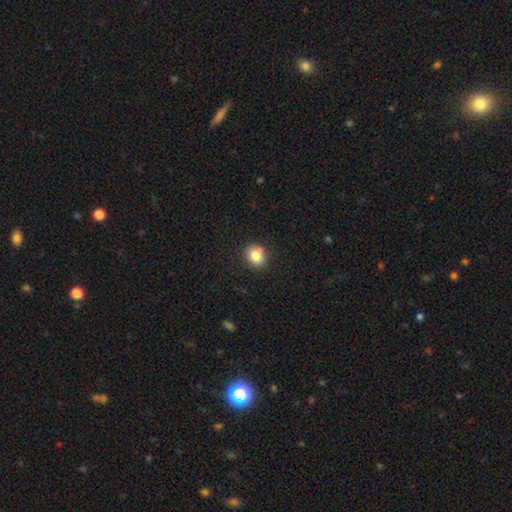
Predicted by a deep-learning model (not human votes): The model was most divided on "how rounded": round: 73%, in between: 27%, cigar-shaped: 1%. More confident: smooth or featured — smooth (83%); merging — none (79%).